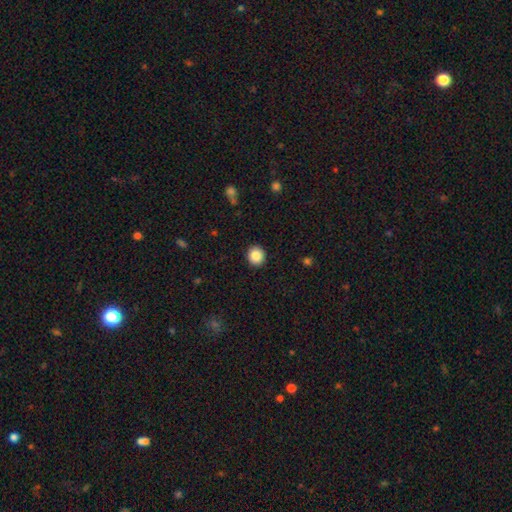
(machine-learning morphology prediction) Smooth or featured: smooth — 87% (star or artifact — 9%)
How rounded: round — 88% (in between — 11%)
Merging: none — 92% (minor disturbance — 5%)